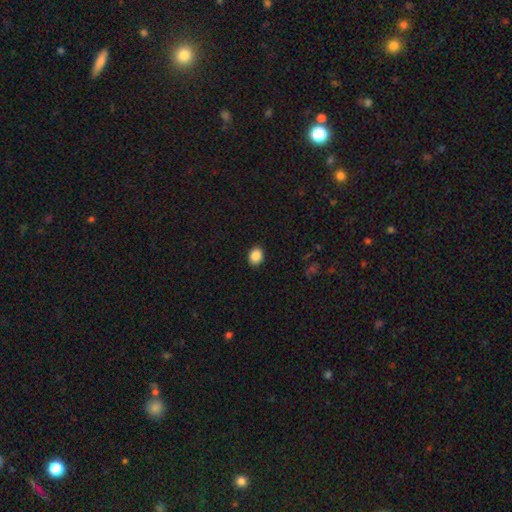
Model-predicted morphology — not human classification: Overall: smooth (88%). How rounded: round (53%; in between 47%). Merging: none (91%).